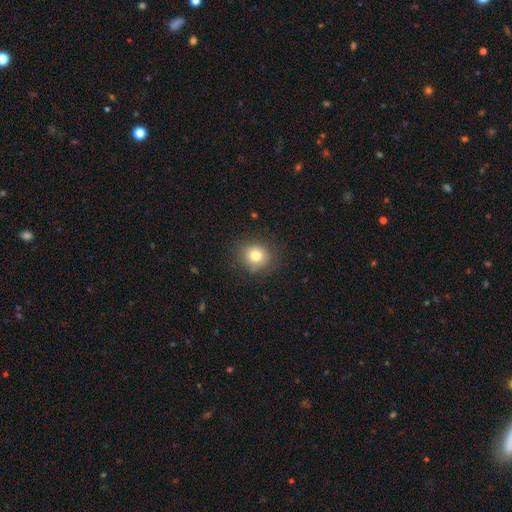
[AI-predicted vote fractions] Smooth or featured: smooth — 79% (star or artifact — 12%)
How rounded: round — 87% (in between — 12%)
Merging: none — 86% (minor disturbance — 10%)